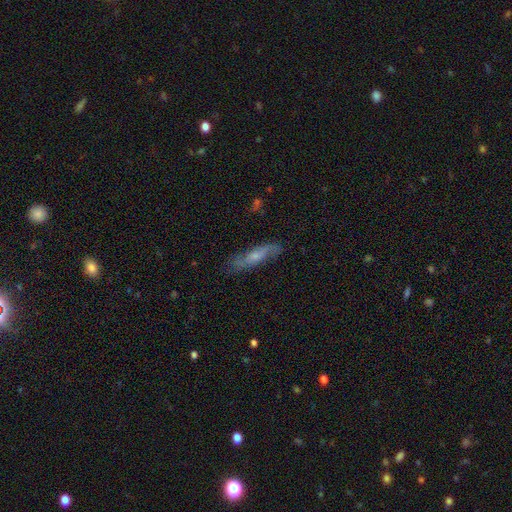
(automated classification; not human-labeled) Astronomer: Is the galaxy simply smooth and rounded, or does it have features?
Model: featured or disk — 57% (runner-up: smooth, 36%).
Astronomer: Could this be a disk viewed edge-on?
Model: no — 65%.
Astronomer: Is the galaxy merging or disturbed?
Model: none — 74%.